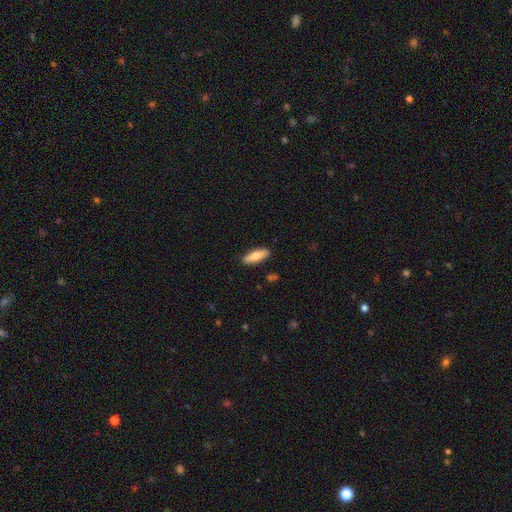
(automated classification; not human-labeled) Morphology: type=smooth (75%); roundness=in between (51%); merging=none (89%).